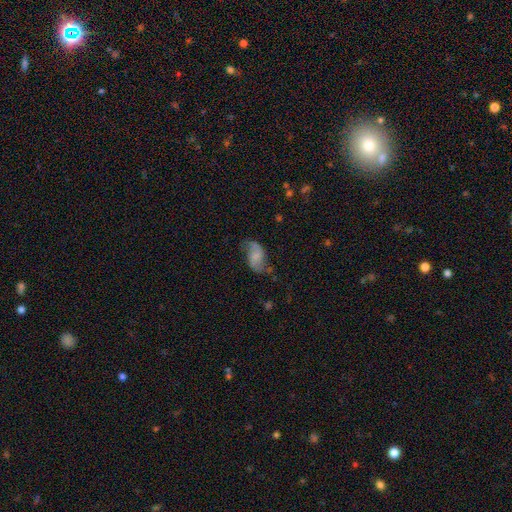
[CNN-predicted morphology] Overall: featured or disk (66%; smooth 27%). Edge-on disk: no (96%). Bar: no (55%; weak 36%). Spiral arms: yes (91%). Spiral arm count: 2 (90%). Spiral winding: loose (69%). Bulge size: small (45%; moderate 26%). Merging: none (60%; minor disturbance 24%).